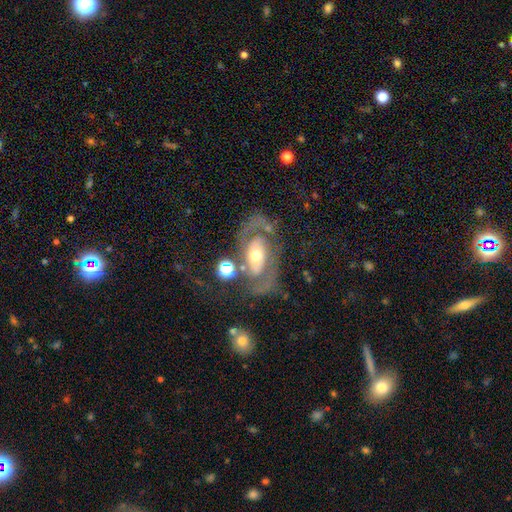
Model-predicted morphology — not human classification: Overall: featured or disk (83%). Edge-on disk: no (96%). Bar: no (63%; weak 24%). Spiral arms: yes (87%). Spiral arm count: 2 (85%). Spiral winding: medium (48%; tight 32%). Bulge size: moderate (67%). Merging: none (63%).